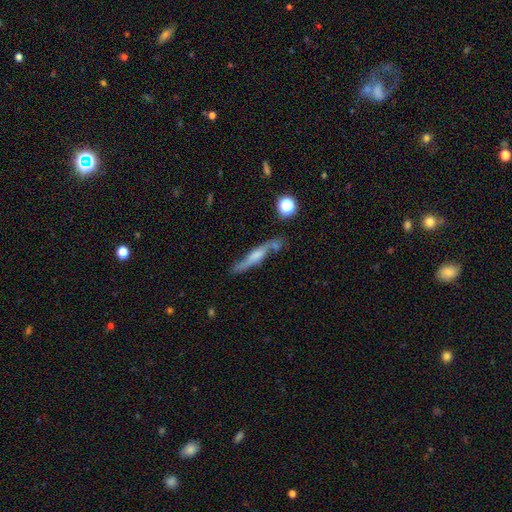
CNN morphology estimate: Smooth or featured: featured or disk — 59% (smooth — 33%)
Edge-on disk: yes — 71% (no — 29%)
Merging: none — 61% (minor disturbance — 20%)